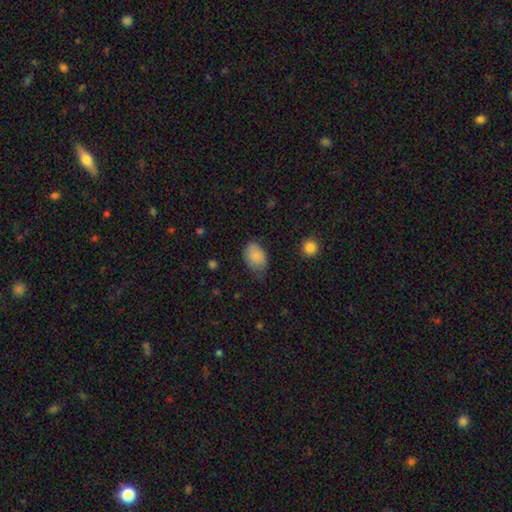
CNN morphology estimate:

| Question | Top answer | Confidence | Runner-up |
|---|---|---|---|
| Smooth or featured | smooth | 84% | featured or disk (8%) |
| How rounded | in between | 85% | round (14%) |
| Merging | none | 63% | minor disturbance (29%) |